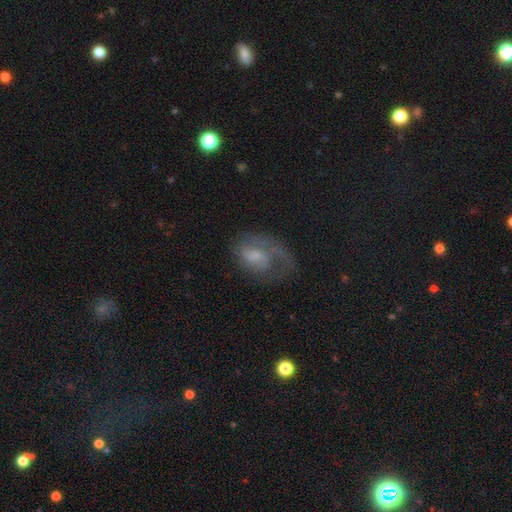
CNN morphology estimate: Smooth or featured? Predicted: featured or disk (p=0.63). Edge-on disk? Predicted: no (p=0.97). Bar? Predicted: no (p=0.54). Spiral arms? Predicted: yes (p=0.81). Bulge size? Predicted: moderate (p=0.34). Merging? Predicted: none (p=0.42).